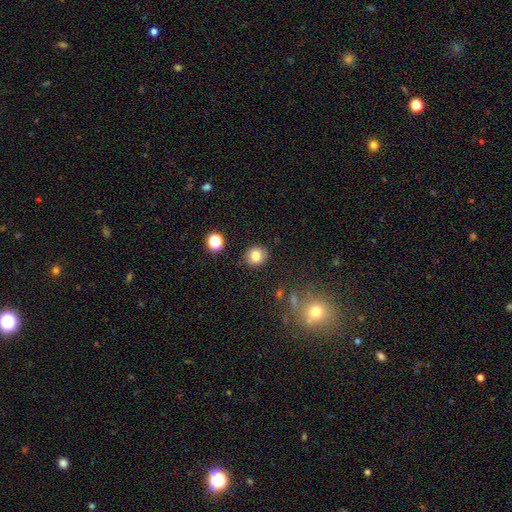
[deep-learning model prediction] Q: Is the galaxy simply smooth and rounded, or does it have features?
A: smooth — 80%.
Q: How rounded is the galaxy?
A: round — 80%.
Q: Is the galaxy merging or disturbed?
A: none — 88%.